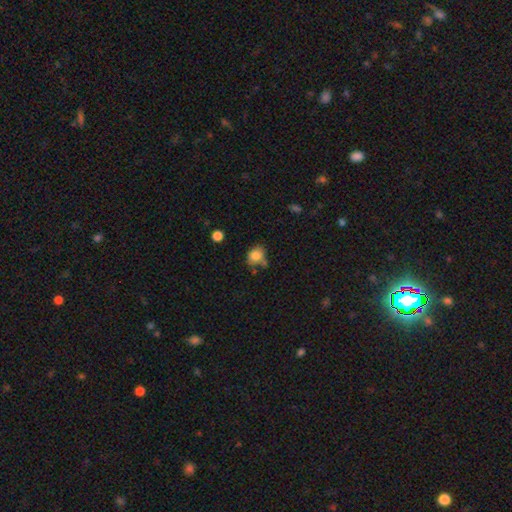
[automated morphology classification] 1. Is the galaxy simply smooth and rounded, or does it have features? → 80% smooth, 10% featured or disk, 10% star or artifact.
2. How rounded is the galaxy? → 53% in between, 46% round, 1% cigar-shaped.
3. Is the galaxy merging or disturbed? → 56% none, 24% minor disturbance, 13% merger, 7% major disturbance.